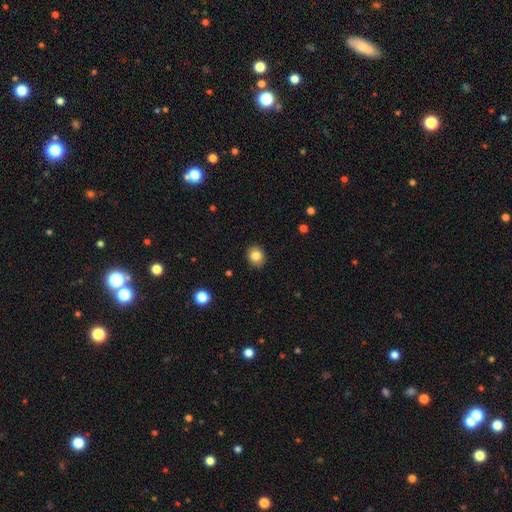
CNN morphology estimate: A smooth galaxy with no disk features (84%) that is round (65%). Merging: none (89%).